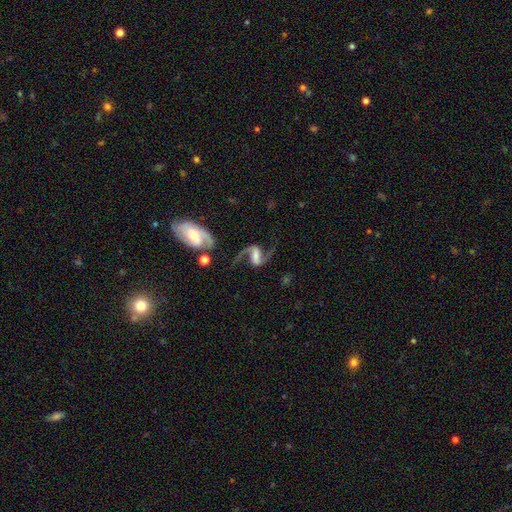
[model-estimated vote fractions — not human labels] Smooth or featured? featured or disk (89%)
Edge-on disk? no (97%)
Bar? strong (45%)
Spiral arms? yes (97%)
Spiral winding? loose (58%)
Spiral arm count? 2 (93%)
Bulge size? moderate (33%)
Merging? none (68%)